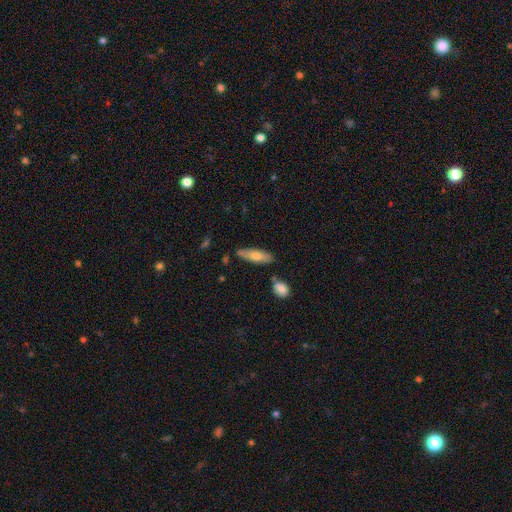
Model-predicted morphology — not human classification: Smooth or featured? Predicted: smooth (p=0.68). How rounded? Predicted: in between (p=0.50). Merging? Predicted: none (p=0.73).